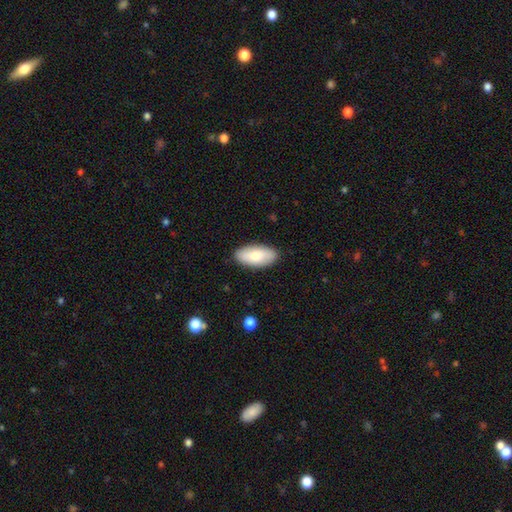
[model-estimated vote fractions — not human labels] smooth-or-featured: smooth: 80% | featured or disk: 14% | star or artifact: 5%
  how-rounded: in between: 91% | cigar-shaped: 6% | round: 2%
  merging: none: 88% | minor disturbance: 9% | major disturbance: 2% | merger: 1%